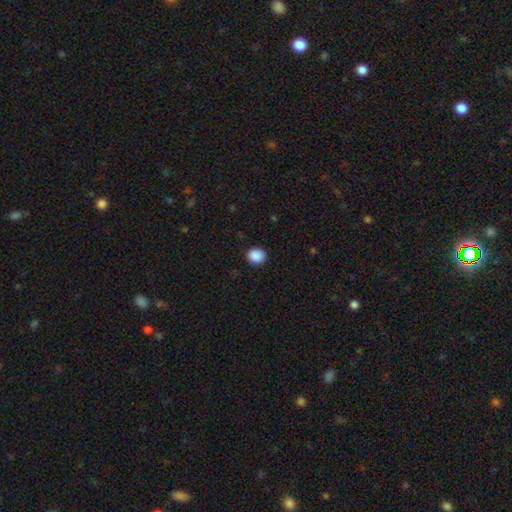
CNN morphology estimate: Smooth or featured? Predicted: smooth (p=0.89). How rounded? Predicted: round (p=0.81). Merging? Predicted: none (p=0.91).